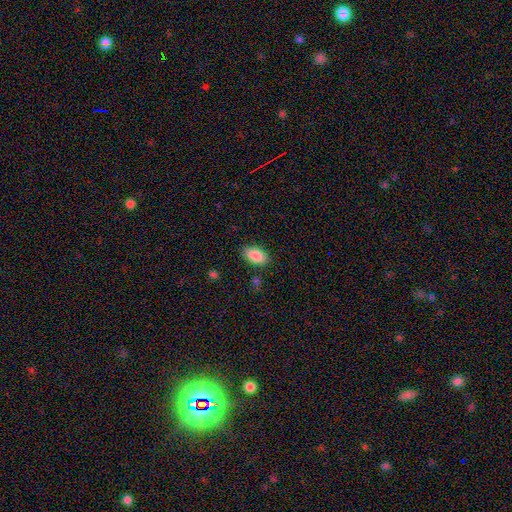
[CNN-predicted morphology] Smooth or featured? Predicted: smooth (p=0.88). How rounded? Predicted: in between (p=0.93). Merging? Predicted: none (p=0.86).